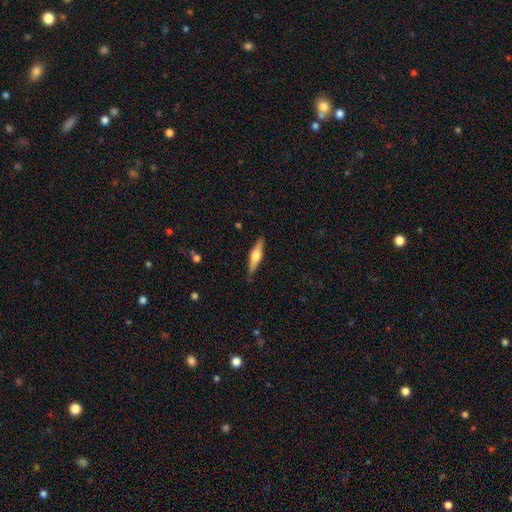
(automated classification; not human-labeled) Q: Smooth or featured?
A: featured or disk (57%); runner-up: smooth (37%)
Q: Edge-on disk?
A: yes (95%); runner-up: no (5%)
Q: Edge-on bulge?
A: rounded (91%); runner-up: boxy (6%)
Q: Merging?
A: none (85%); runner-up: minor disturbance (11%)